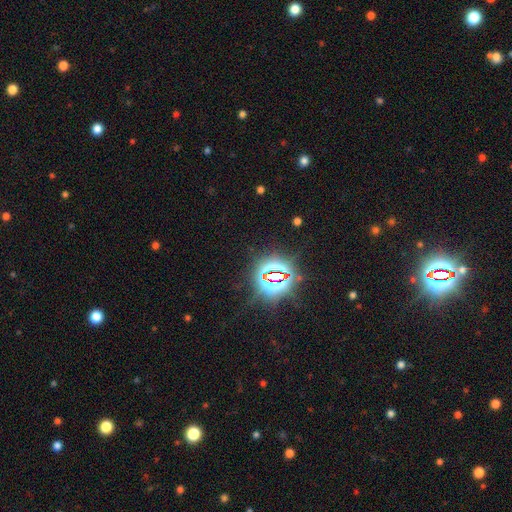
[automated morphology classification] A star or artifact, not a galaxy (85%).

Vote fractions:
- Smooth or featured? star or artifact: 85% / smooth: 9% / featured or disk: 6%